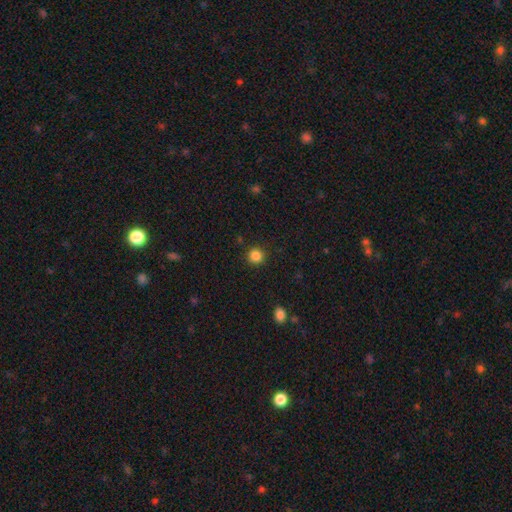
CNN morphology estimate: Overall: smooth (85%). How rounded: round (94%). Merging: none (91%).